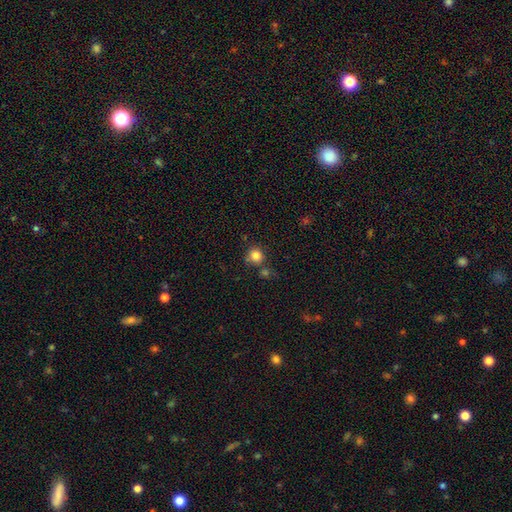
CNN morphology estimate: Smooth or featured?
  - smooth: 83% *
  - star or artifact: 12%
  - featured or disk: 6%
How rounded?
  - round: 90% *
  - in between: 9%
  - cigar-shaped: 1%
Merging?
  - none: 71% *
  - merger: 14%
  - minor disturbance: 12%
  - major disturbance: 4%